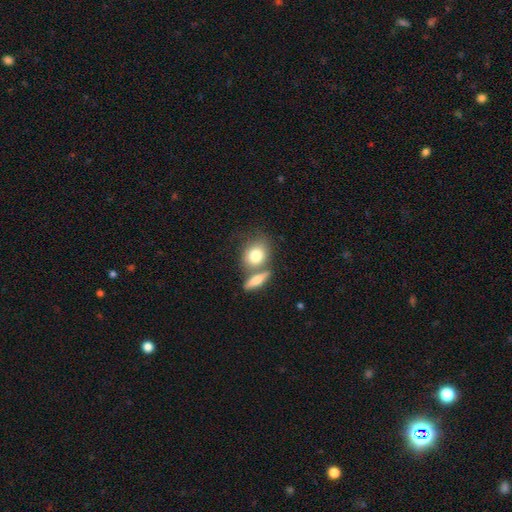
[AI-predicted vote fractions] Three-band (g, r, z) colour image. It shows a smooth galaxy with no disk features (77%) that is in between round and cigar-shaped (49%). Merging: none (44%).